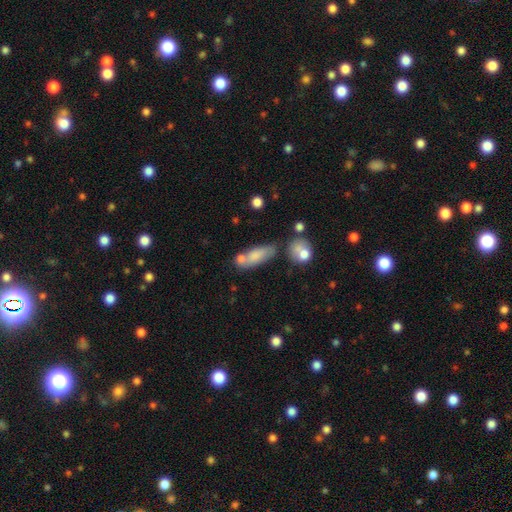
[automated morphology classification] A smooth galaxy with no disk features (75%) that is in between round and cigar-shaped (65%). Merging: none (50%).